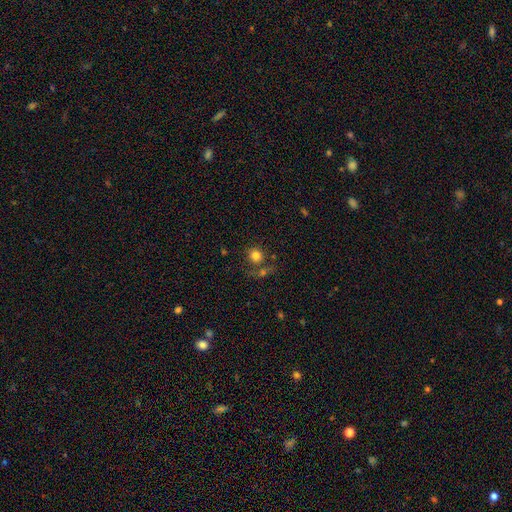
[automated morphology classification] A smooth galaxy with no disk features (79%) that is round (88%).

Vote fractions:
- Smooth or featured? smooth: 79% / star or artifact: 12% / featured or disk: 8%
- How rounded? round: 88% / in between: 11% / cigar-shaped: 1%
- Merging? none: 63% / merger: 19% / minor disturbance: 11% / major disturbance: 7%